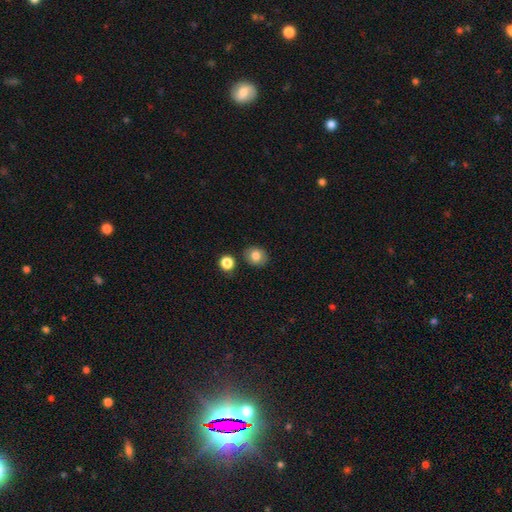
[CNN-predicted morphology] This is clearly a smooth galaxy (81%). How rounded: likely round (66%). Merging: clearly none (84%).